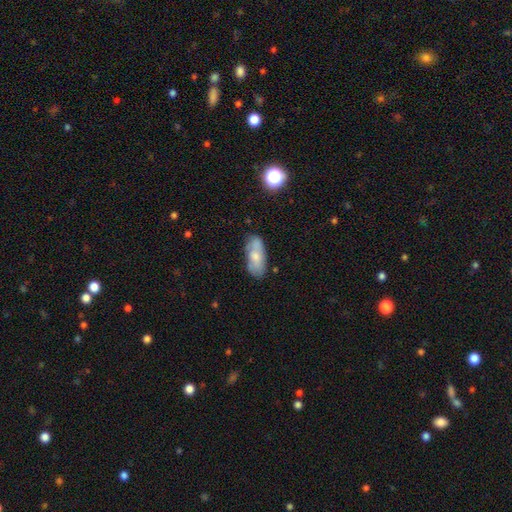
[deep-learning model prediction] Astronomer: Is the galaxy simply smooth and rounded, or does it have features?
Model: smooth — 63%.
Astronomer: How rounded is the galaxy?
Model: in between — 87%.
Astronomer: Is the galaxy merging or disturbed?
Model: none — 66%.